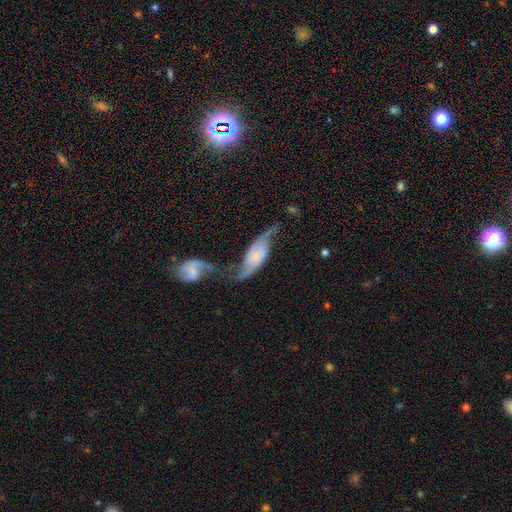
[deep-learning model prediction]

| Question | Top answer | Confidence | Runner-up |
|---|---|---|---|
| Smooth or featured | featured or disk | 76% | smooth (18%) |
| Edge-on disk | no | 86% | yes (14%) |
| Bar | no | 58% | weak (31%) |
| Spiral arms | yes | 91% | no (9%) |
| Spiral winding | loose | 73% | medium (19%) |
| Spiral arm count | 2 | 90% | can't tell (4%) |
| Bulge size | small | 41% | none (33%) |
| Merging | merger | 40% | none (27%) |